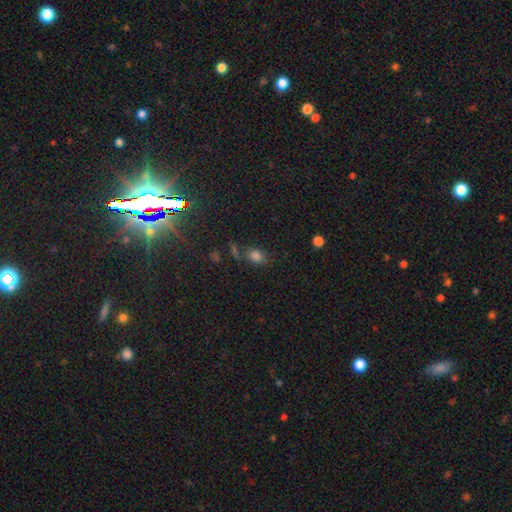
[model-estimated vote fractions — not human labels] smooth 75%, star or artifact 18%, featured or disk 6%. Down the decision tree: how rounded — in between (67%); merging — none (63%).